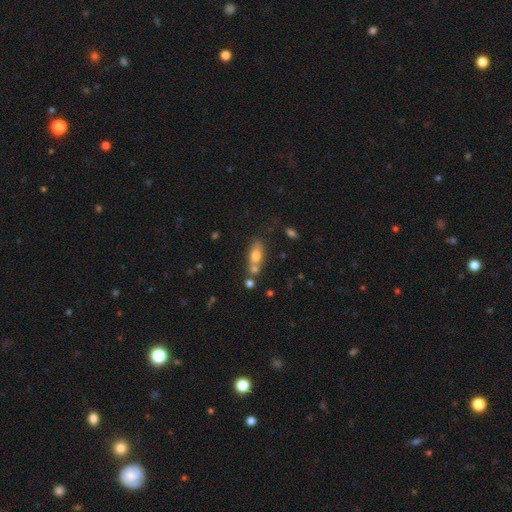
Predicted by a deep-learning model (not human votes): Smooth or featured?
  - smooth: 69% *
  - featured or disk: 21%
  - star or artifact: 9%
How rounded?
  - in between: 71% *
  - cigar-shaped: 22%
  - round: 7%
Merging?
  - none: 49% *
  - merger: 31%
  - minor disturbance: 14%
  - major disturbance: 5%